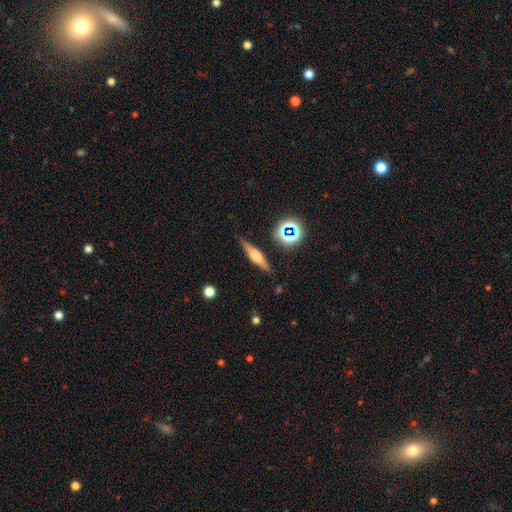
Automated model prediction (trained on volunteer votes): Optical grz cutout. It shows a featured or disk galaxy (51%) viewed edge-on (94%). Merging: none (86%).